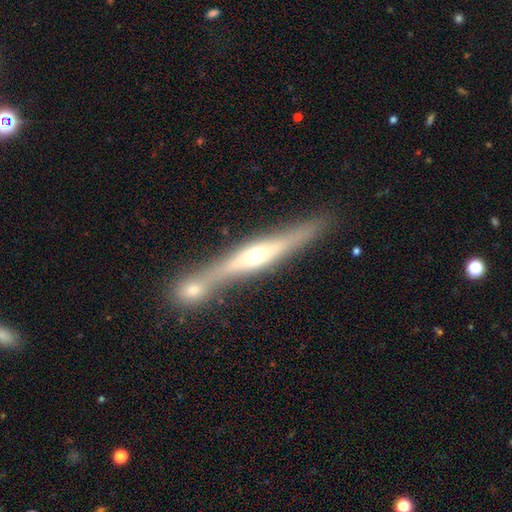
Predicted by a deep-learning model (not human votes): Overall: featured or disk (65%; smooth 29%). Edge-on disk: yes (92%). Edge-on bulge: rounded (83%). Merging: none (55%; merger 29%).